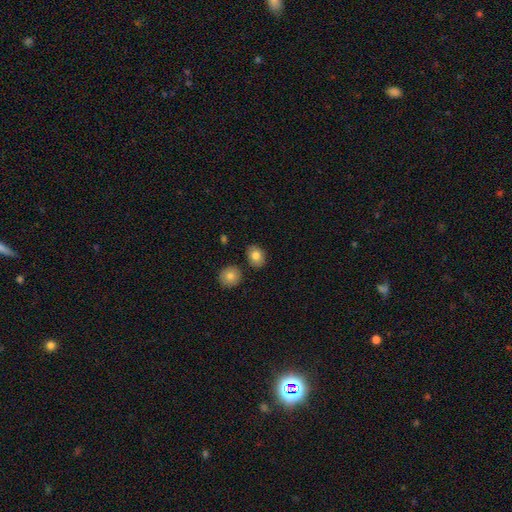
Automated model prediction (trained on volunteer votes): smooth-or-featured: smooth: 81% | featured or disk: 11% | star or artifact: 8%
  how-rounded: in between: 62% | round: 37% | cigar-shaped: 1%
  merging: none: 82% | minor disturbance: 10% | merger: 6% | major disturbance: 2%